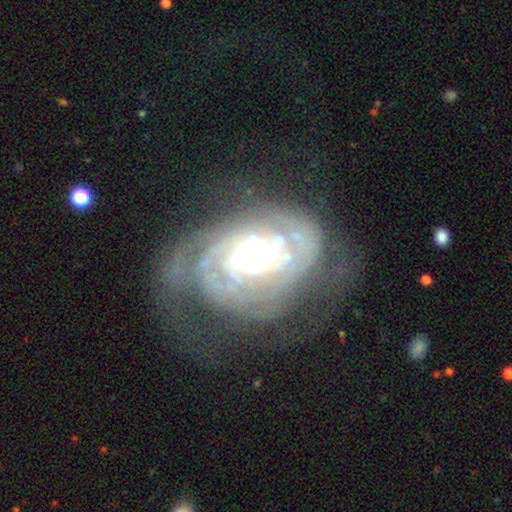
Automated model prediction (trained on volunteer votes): Morphology: type=featured or disk (86%); edge-on=no (97%); bar=no (74%); spiral arms=yes (90%); winding=tight (66%); arm count=can't tell (40%); bulge=moderate (50%); merging=none (45%).